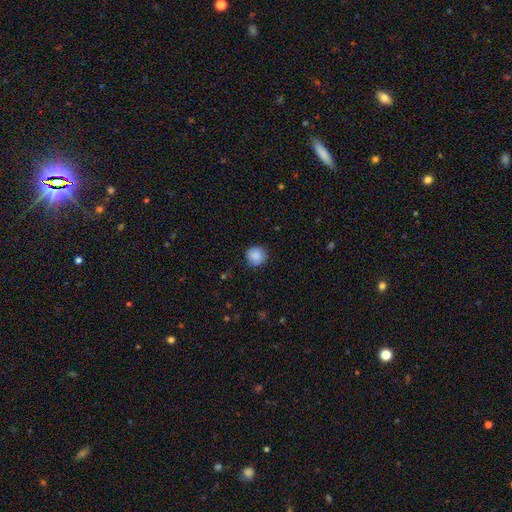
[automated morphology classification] Overall: smooth (86%). How rounded: round (93%). Merging: none (86%).